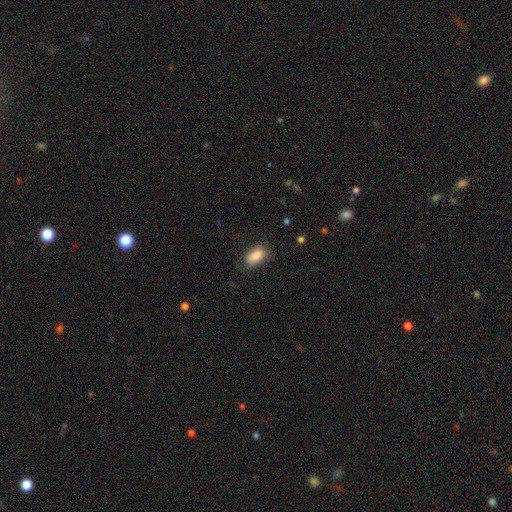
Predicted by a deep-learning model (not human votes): Overall: smooth (87%). How rounded: in between (91%). Merging: none (71%).